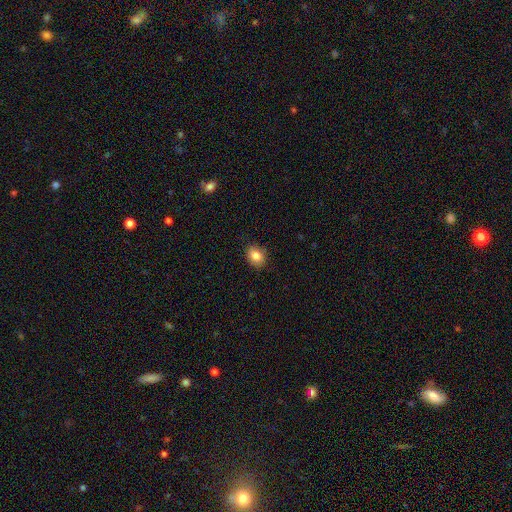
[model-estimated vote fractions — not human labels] This is clearly a smooth galaxy (84%). How rounded: possibly in between (51%). Merging: clearly none (86%).